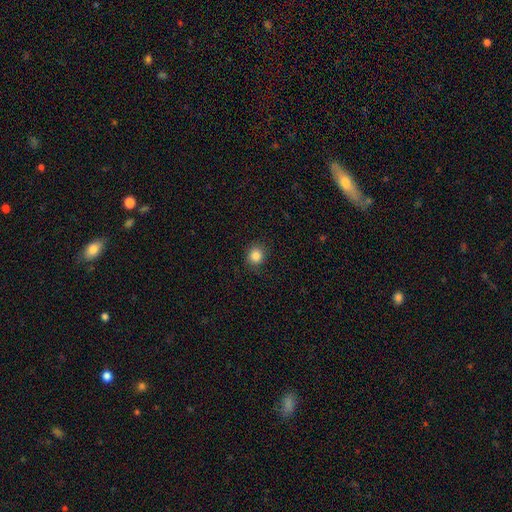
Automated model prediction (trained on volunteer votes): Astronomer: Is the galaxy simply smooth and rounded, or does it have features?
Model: smooth — 85%.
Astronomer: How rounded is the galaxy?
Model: round — 88%.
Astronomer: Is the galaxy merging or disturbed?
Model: none — 87%.